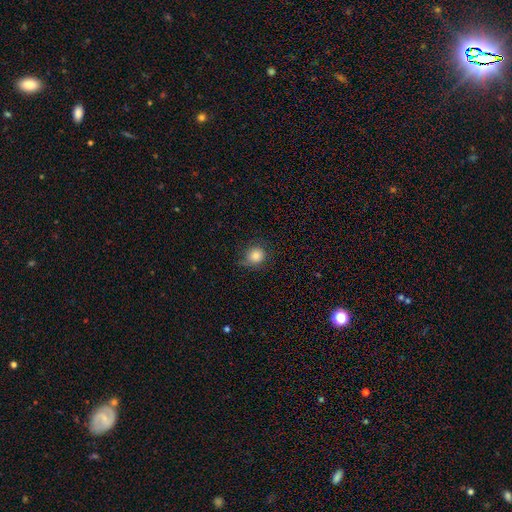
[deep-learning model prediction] This is clearly a smooth galaxy (81%). How rounded: clearly round (84%). Merging: likely none (65%).